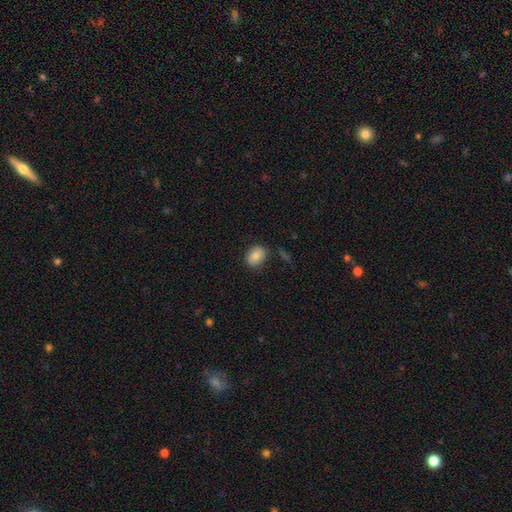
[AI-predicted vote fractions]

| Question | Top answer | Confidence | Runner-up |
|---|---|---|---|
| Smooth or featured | smooth | 81% | featured or disk (11%) |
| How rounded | in between | 58% | round (41%) |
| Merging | none | 81% | minor disturbance (14%) |